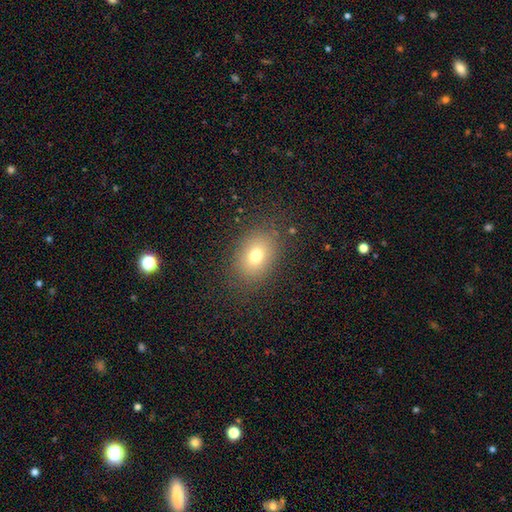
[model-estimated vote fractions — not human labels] A smooth galaxy with no disk features (75%) that is in between round and cigar-shaped (73%). Merging: none (85%).